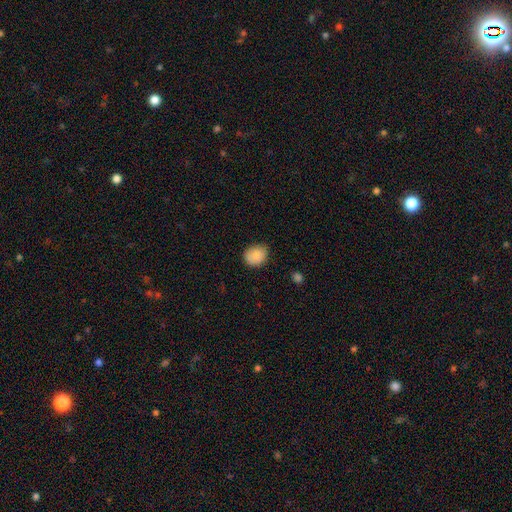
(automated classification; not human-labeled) smooth-or-featured: smooth: 83% | featured or disk: 9% | star or artifact: 8%
  how-rounded: round: 64% | in between: 35% | cigar-shaped: 1%
  merging: none: 74% | minor disturbance: 22% | major disturbance: 3% | merger: 1%